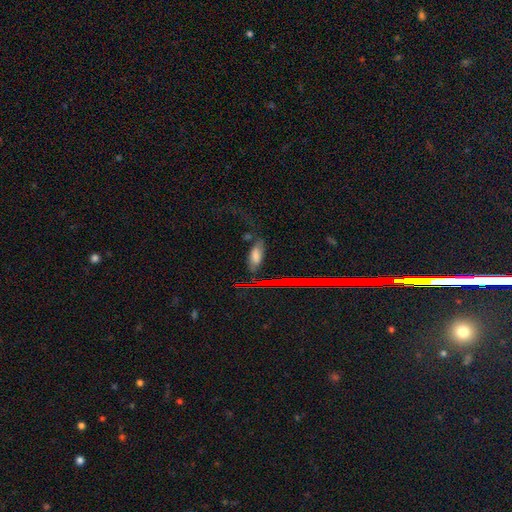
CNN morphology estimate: Smooth or featured?
  - smooth: 62% *
  - featured or disk: 22%
  - star or artifact: 16%
How rounded?
  - in between: 76% *
  - cigar-shaped: 20%
  - round: 4%
Merging?
  - none: 56% *
  - minor disturbance: 24%
  - major disturbance: 15%
  - merger: 5%